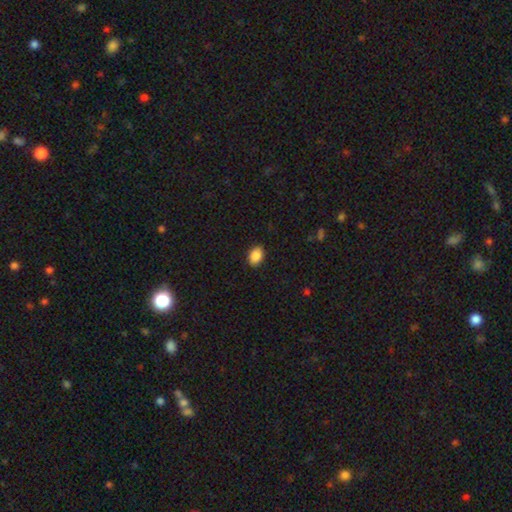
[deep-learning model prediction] This appears to be a smooth galaxy with no disk features (89%) that is in between round and cigar-shaped (80%). Merging: none (89%).